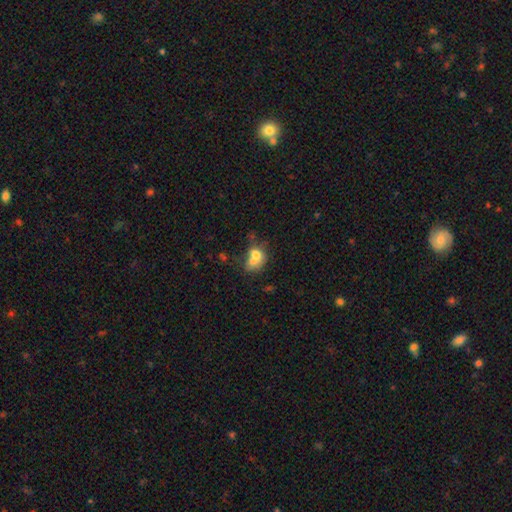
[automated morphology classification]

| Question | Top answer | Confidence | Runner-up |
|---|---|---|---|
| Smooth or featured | smooth | 67% | featured or disk (22%) |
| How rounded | in between | 56% | round (43%) |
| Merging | merger | 59% | none (22%) |